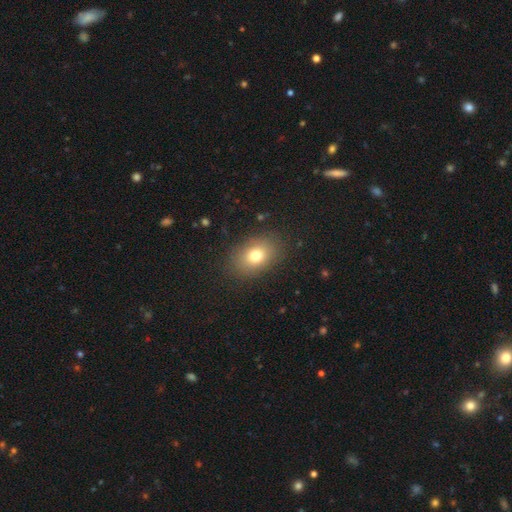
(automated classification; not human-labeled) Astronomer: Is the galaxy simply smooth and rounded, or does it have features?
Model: smooth — 76%.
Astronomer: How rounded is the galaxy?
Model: in between — 73%.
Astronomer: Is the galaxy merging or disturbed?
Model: none — 86%.